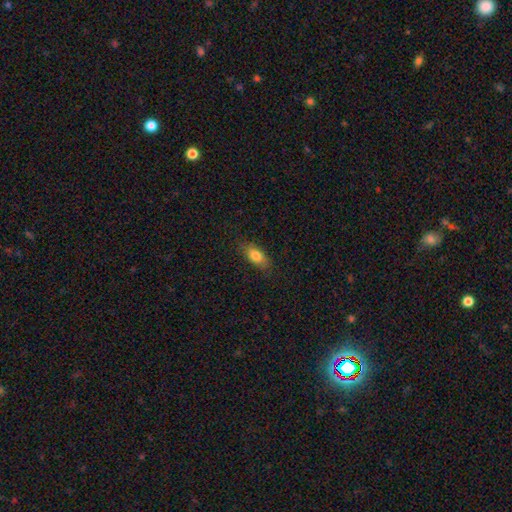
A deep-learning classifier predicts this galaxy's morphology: Overall: smooth (80%). How rounded: in between (83%). Merging: none (79%).